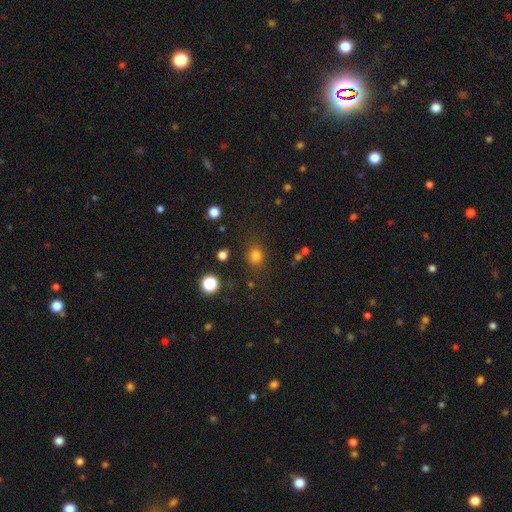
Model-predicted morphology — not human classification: Q: Smooth or featured?
A: smooth (78%); runner-up: star or artifact (16%)
Q: How rounded?
A: round (73%); runner-up: in between (26%)
Q: Merging?
A: none (81%); runner-up: minor disturbance (11%)